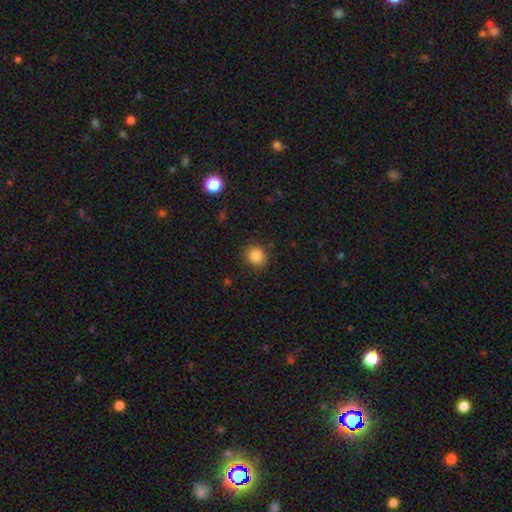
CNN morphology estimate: type=smooth (86%); roundness=round (79%); merging=none (86%).